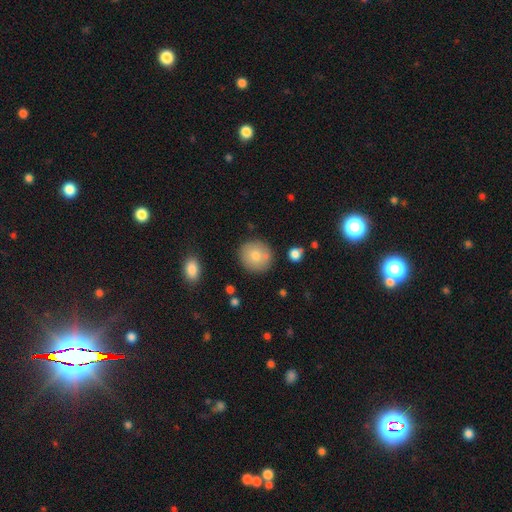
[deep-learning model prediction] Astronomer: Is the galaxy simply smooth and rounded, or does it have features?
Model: smooth — 78%.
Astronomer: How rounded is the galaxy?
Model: round — 90%.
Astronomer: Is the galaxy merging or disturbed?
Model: none — 80%.